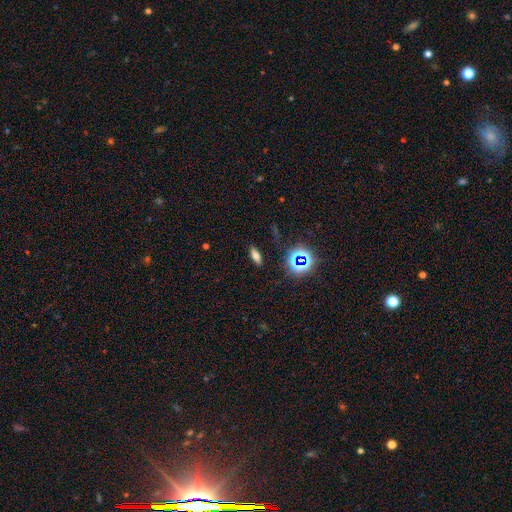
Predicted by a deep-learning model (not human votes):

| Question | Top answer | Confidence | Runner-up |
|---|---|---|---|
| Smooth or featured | smooth | 62% | star or artifact (22%) |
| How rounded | in between | 63% | cigar-shaped (31%) |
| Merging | none | 88% | minor disturbance (8%) |